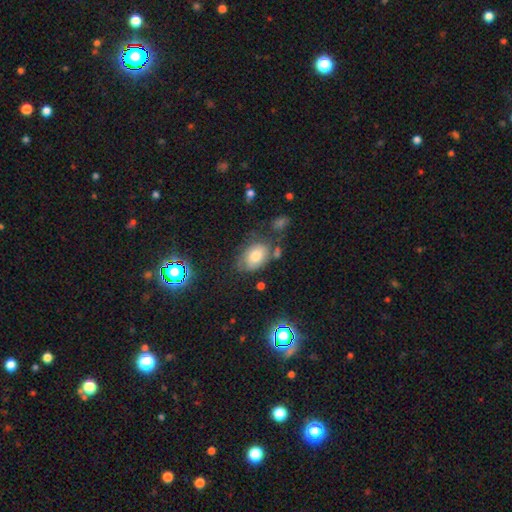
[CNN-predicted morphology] smooth 62%, featured or disk 26%, star or artifact 12%. Down the decision tree: how rounded — in between (81%); merging — none (56%).